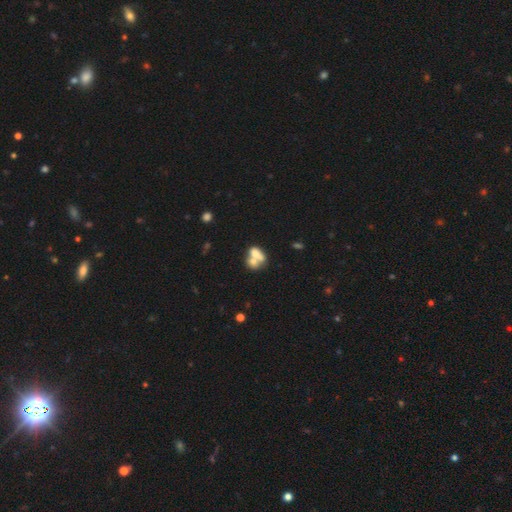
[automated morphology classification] A smooth galaxy with no disk features (64%) that is in between round and cigar-shaped (72%). Merging: merger (65%).